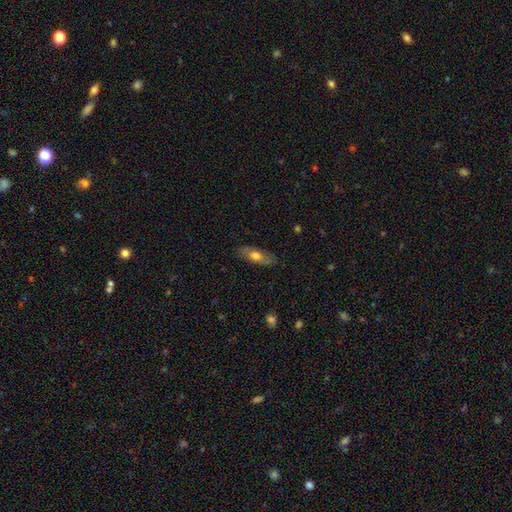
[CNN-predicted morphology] A smooth galaxy with no disk features (59%) that is in between round and cigar-shaped (69%). Merging: none (81%).